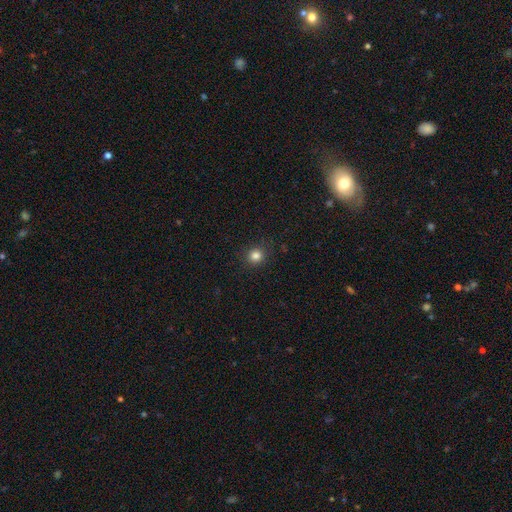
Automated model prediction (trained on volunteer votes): smooth-or-featured: smooth: 83% | star or artifact: 13% | featured or disk: 4%
  how-rounded: round: 88% | in between: 11% | cigar-shaped: 1%
  merging: none: 89% | minor disturbance: 7% | major disturbance: 2% | merger: 1%